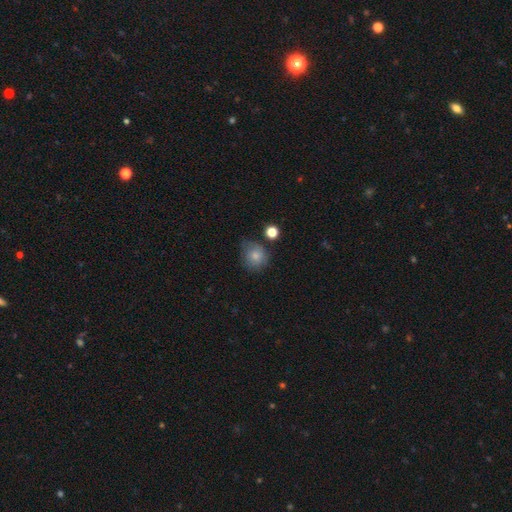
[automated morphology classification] Smooth or featured: smooth — 80% (star or artifact — 10%)
How rounded: round — 85% (in between — 14%)
Merging: none — 65% (minor disturbance — 24%)